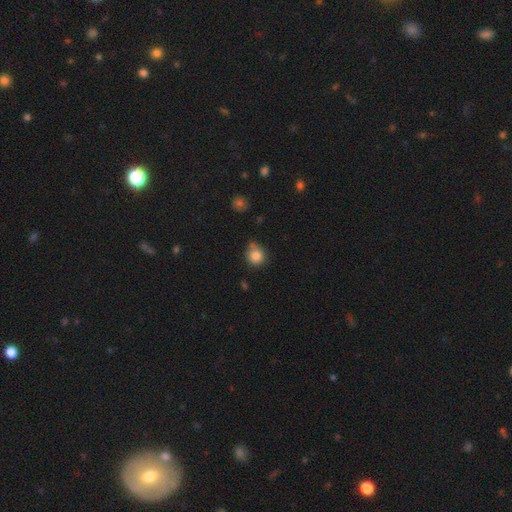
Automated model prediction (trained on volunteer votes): Q: Smooth or featured?
A: smooth (84%); runner-up: star or artifact (11%)
Q: How rounded?
A: round (89%); runner-up: in between (10%)
Q: Merging?
A: none (69%); runner-up: minor disturbance (18%)